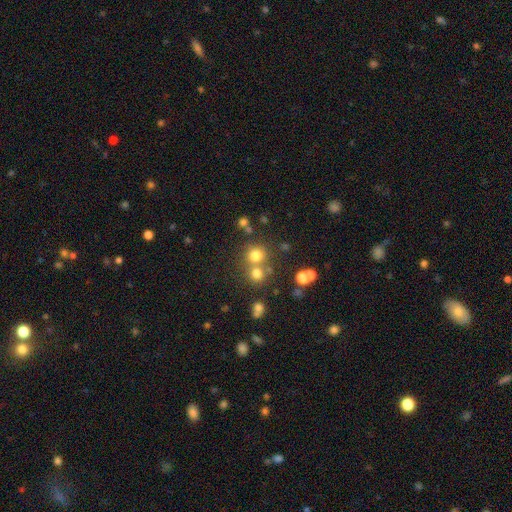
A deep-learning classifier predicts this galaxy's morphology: Smooth or featured: smooth — 73% (star or artifact — 18%)
How rounded: round — 89% (in between — 10%)
Merging: none — 60% (merger — 30%)